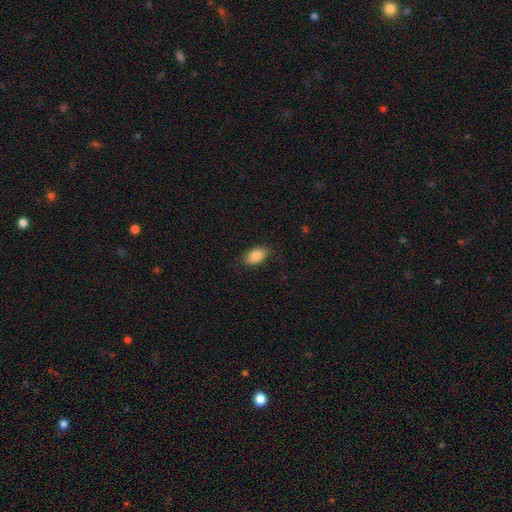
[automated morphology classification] Overall: smooth (87%). How rounded: in between (92%). Merging: none (84%).